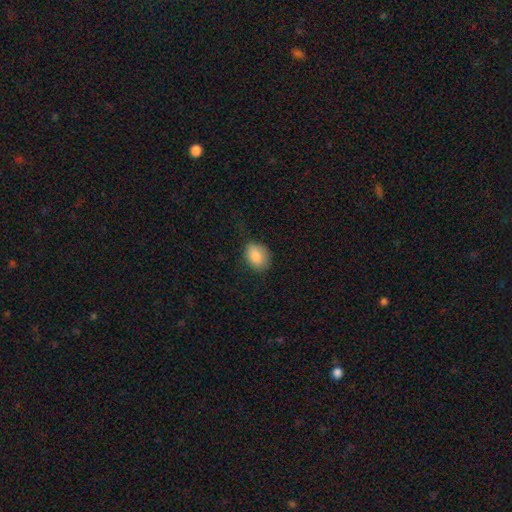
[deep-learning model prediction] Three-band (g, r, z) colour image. It shows a smooth galaxy with no disk features (86%) that is in between round and cigar-shaped (69%). Merging: none (76%).